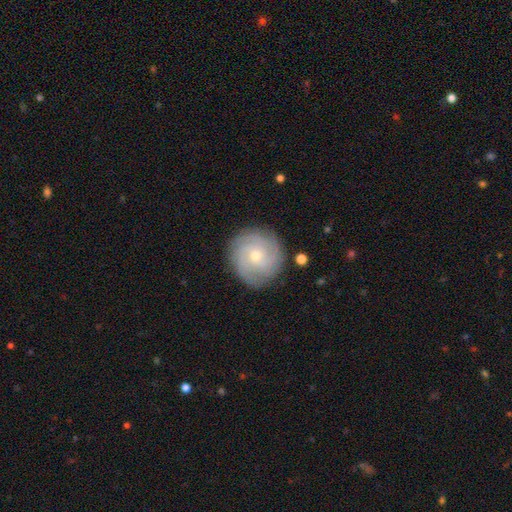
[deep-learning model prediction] Smooth or featured: featured or disk — 71% (smooth — 21%)
Edge-on disk: no — 97% (yes — 3%)
Bar: no — 77% (weak — 20%)
Spiral arms: yes — 93% (no — 7%)
Spiral winding: tight — 68% (medium — 25%)
Spiral arm count: can't tell — 31% (4 — 22%)
Bulge size: small — 64% (moderate — 33%)
Merging: none — 86% (minor disturbance — 10%)